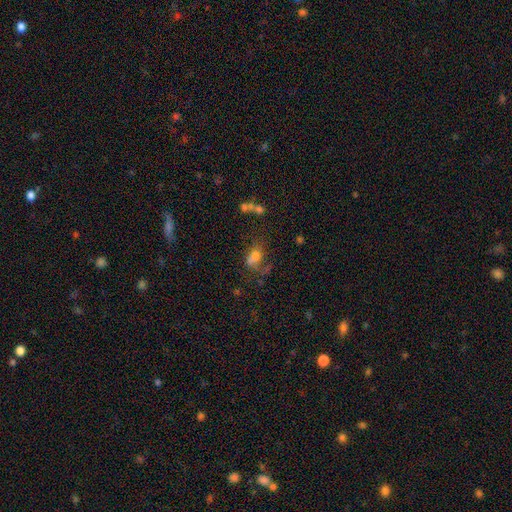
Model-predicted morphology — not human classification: Smooth or featured?
  - smooth: 61% *
  - featured or disk: 22%
  - star or artifact: 16%
How rounded?
  - in between: 75% *
  - round: 22%
  - cigar-shaped: 3%
Merging?
  - none: 30% *
  - merger: 26%
  - major disturbance: 25%
  - minor disturbance: 19%